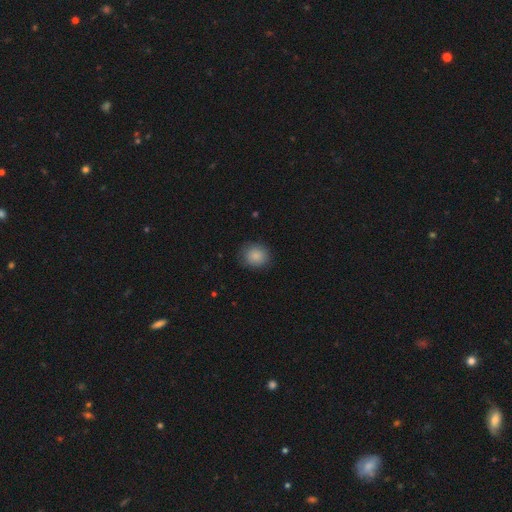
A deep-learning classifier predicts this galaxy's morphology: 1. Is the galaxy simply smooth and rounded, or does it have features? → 87% smooth, 8% star or artifact, 5% featured or disk.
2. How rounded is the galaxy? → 81% round, 18% in between, 1% cigar-shaped.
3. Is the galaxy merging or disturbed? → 82% none, 14% minor disturbance, 4% major disturbance, 1% merger.